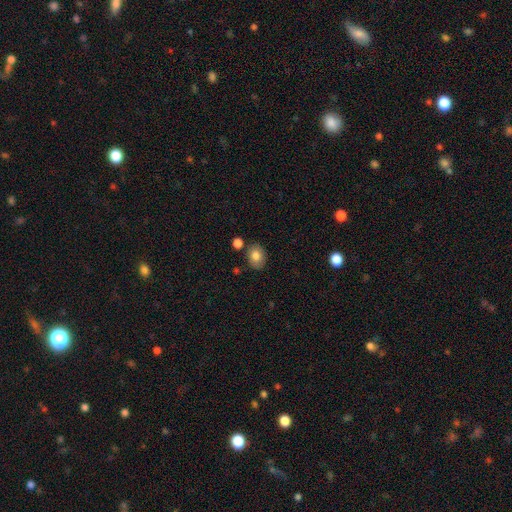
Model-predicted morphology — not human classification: smooth-or-featured: smooth: 80% | featured or disk: 11% | star or artifact: 9%
  how-rounded: in between: 60% | round: 39% | cigar-shaped: 1%
  merging: none: 80% | minor disturbance: 12% | merger: 6% | major disturbance: 3%